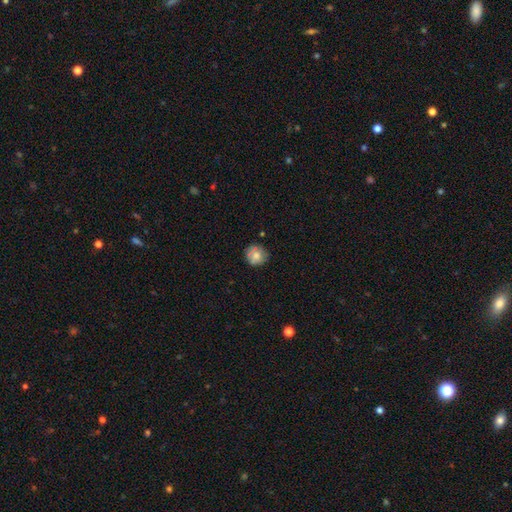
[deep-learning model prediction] The model was most divided on "merging": none: 72%, minor disturbance: 20%, major disturbance: 5%, merger: 3%. More confident: how rounded — round (85%); smooth or featured — smooth (72%).